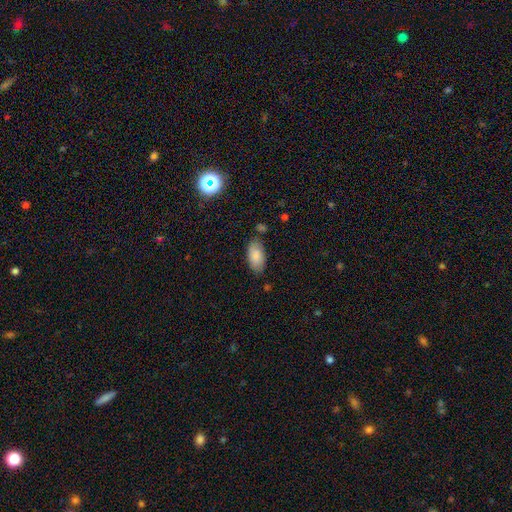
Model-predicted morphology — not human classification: smooth_or_featured: smooth (p=0.85) [alt: featured or disk p=0.08]
how_rounded: in between (p=0.94) [alt: cigar-shaped p=0.03]
merging: none (p=0.77) [alt: minor disturbance p=0.16]